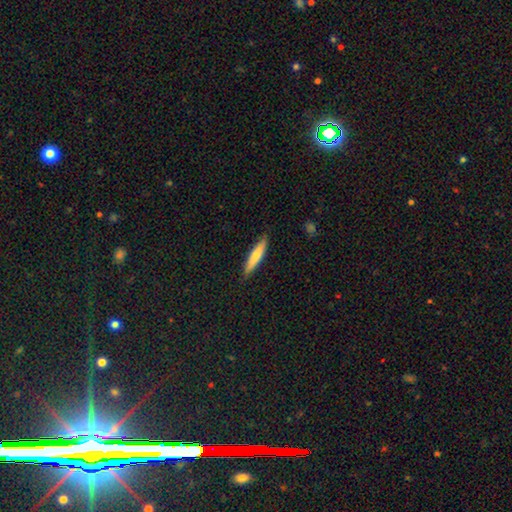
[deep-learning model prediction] A smooth galaxy with no disk features (71%) that is cigar-shaped (86%).

Vote fractions:
- Smooth or featured? smooth: 71% / featured or disk: 24% / star or artifact: 5%
- How rounded? cigar-shaped: 86% / in between: 13% / round: 1%
- Merging? none: 87% / minor disturbance: 10% / major disturbance: 2% / merger: 1%